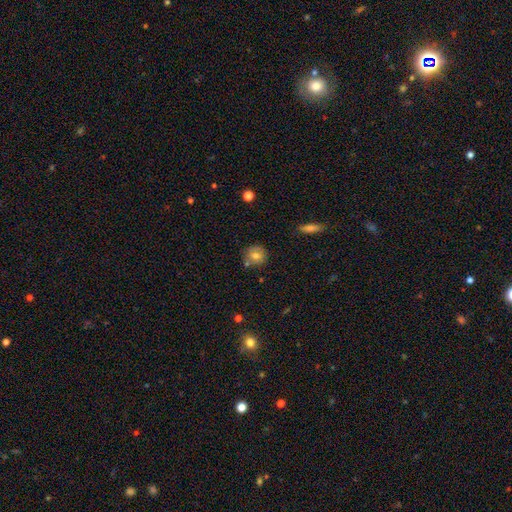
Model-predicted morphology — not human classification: A smooth galaxy with no disk features (74%) that is round (89%).

Vote fractions:
- Smooth or featured? smooth: 74% / featured or disk: 15% / star or artifact: 11%
- How rounded? round: 89% / in between: 10% / cigar-shaped: 1%
- Merging? none: 77% / minor disturbance: 12% / merger: 8% / major disturbance: 3%